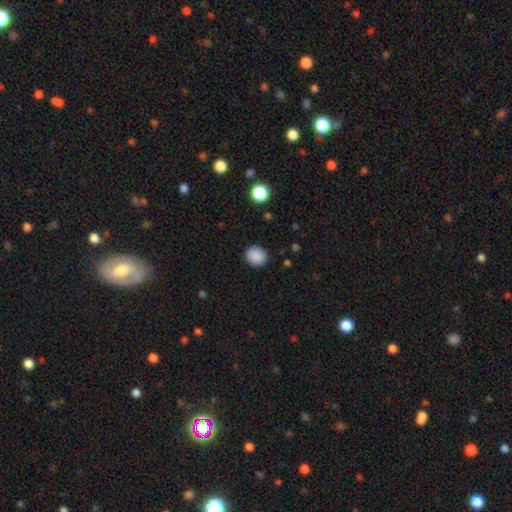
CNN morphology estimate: This appears to be a smooth galaxy with no disk features (88%) that is round (87%). Merging: none (90%).